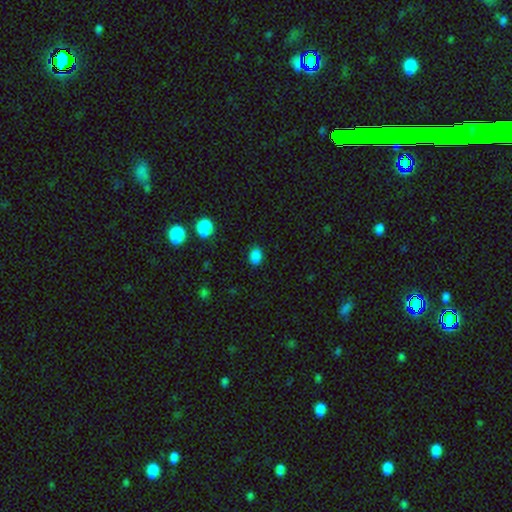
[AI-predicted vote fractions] Smooth or featured? smooth (84%)
How rounded? in between (68%)
Merging? none (84%)